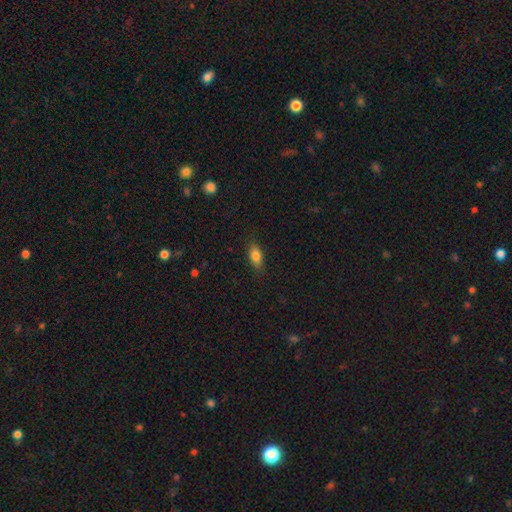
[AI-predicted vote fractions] This is clearly a smooth galaxy (83%). How rounded: clearly in between (86%). Merging: clearly none (83%).